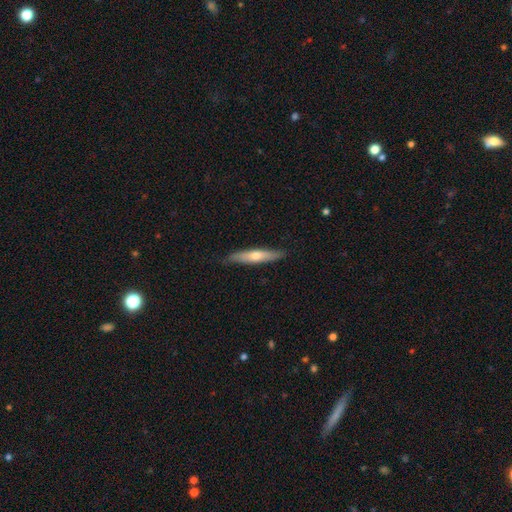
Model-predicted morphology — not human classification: Overall: smooth (48%; featured or disk 47%). Merging: none (86%).